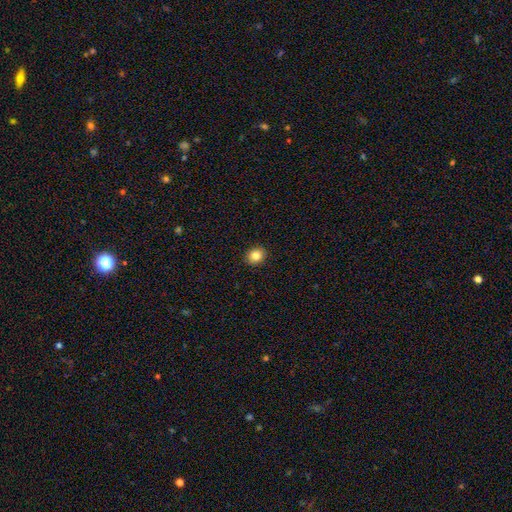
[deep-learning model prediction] Overall: smooth (84%). How rounded: round (65%; in between 34%). Merging: none (92%).